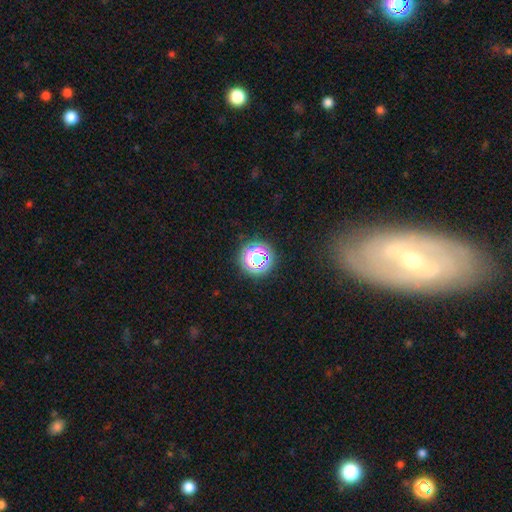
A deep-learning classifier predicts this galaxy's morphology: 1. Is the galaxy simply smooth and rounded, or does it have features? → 50% star or artifact, 40% smooth, 11% featured or disk.